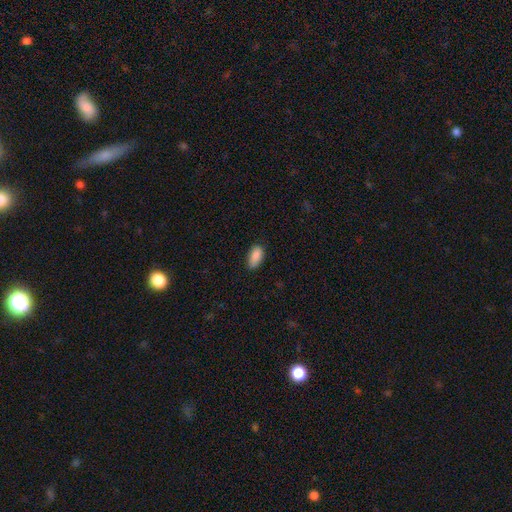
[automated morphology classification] Overall: smooth (88%). How rounded: in between (91%). Merging: none (79%).